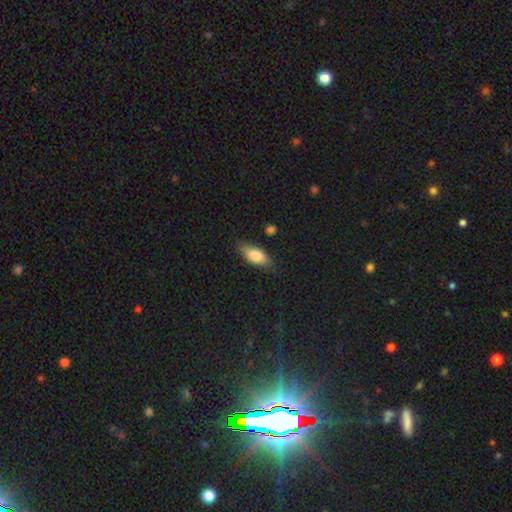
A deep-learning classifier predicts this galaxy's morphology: A smooth galaxy with no disk features (80%) that is in between round and cigar-shaped (83%). Merging: none (75%).